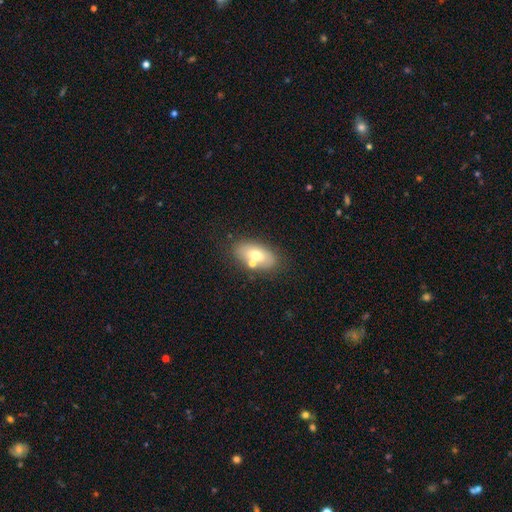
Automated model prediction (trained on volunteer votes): smooth 67%, featured or disk 25%, star or artifact 9%. Down the decision tree: how rounded — in between (88%); merging — none (69%).